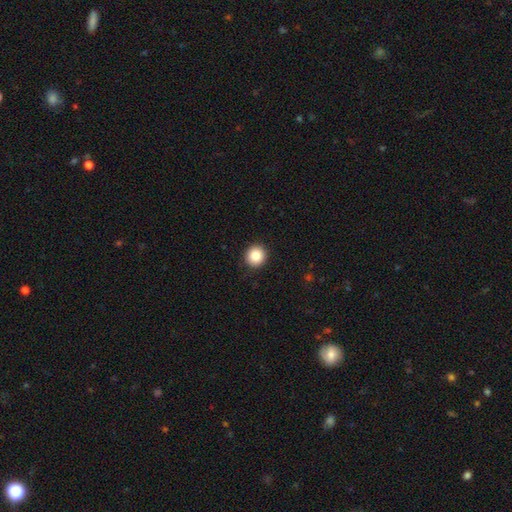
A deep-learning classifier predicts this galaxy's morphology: Smooth or featured? smooth (85%)
How rounded? round (94%)
Merging? none (92%)